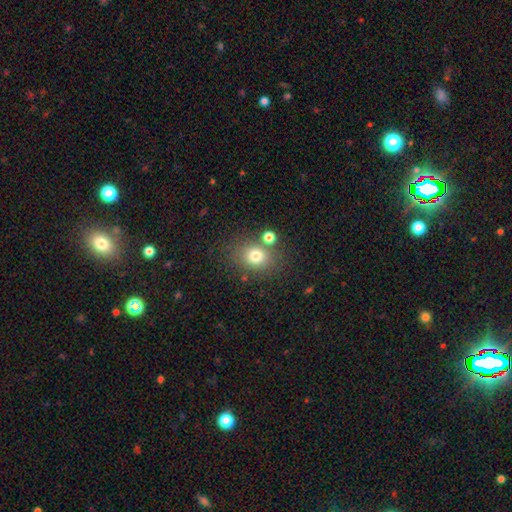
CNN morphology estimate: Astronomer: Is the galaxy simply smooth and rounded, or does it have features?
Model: smooth — 76%.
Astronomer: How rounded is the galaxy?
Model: round — 60% (runner-up: in between, 39%).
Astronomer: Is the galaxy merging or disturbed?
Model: none — 70%.